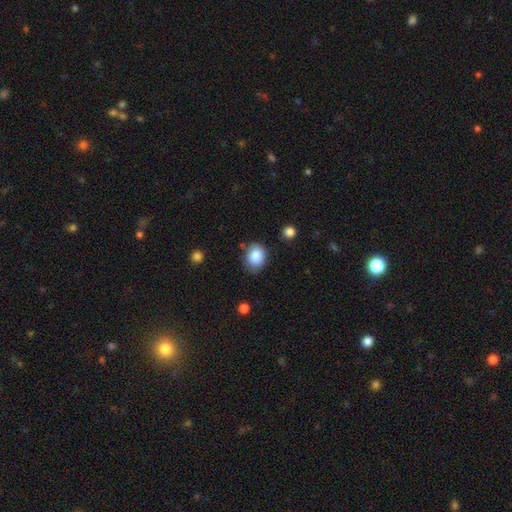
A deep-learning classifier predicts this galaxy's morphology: This appears to be a smooth galaxy with no disk features (86%) that is in between round and cigar-shaped (57%). Merging: none (75%).